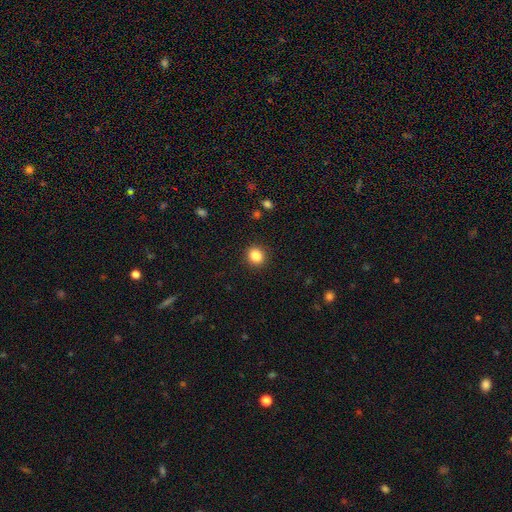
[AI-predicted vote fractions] The model was most divided on "how rounded": round: 81%, in between: 18%, cigar-shaped: 1%. More confident: merging — none (91%); smooth or featured — smooth (86%).